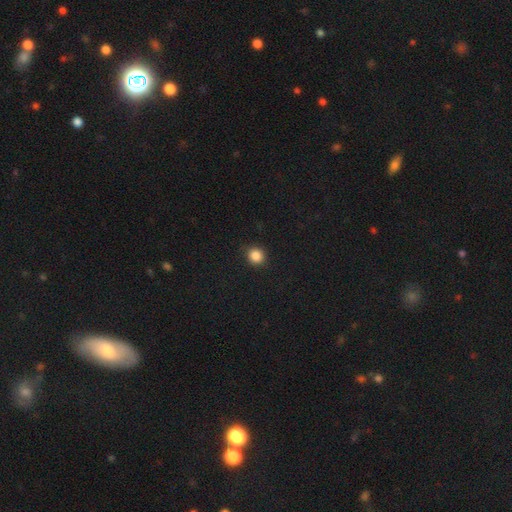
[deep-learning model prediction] This is clearly a smooth galaxy (86%). How rounded: clearly round (87%). Merging: clearly none (90%).